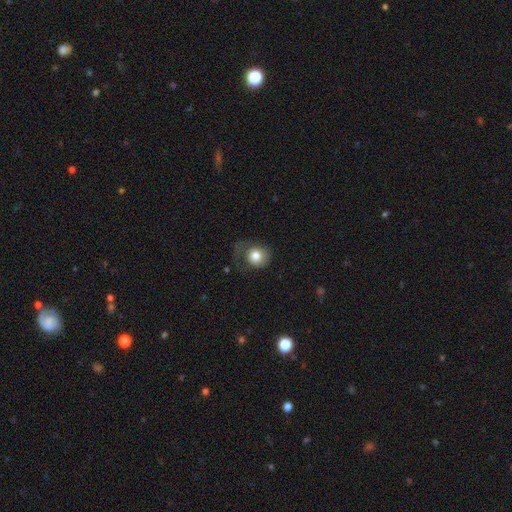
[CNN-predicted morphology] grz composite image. It shows a smooth galaxy with no disk features (75%) that is round (81%). Merging: none (42%).